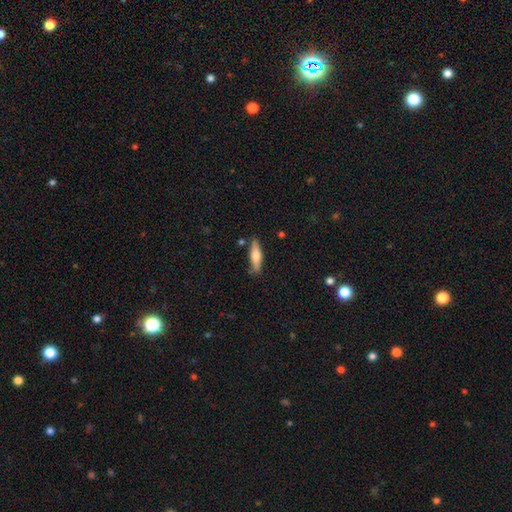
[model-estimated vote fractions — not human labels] This appears to be a smooth galaxy with no disk features (61%) that is cigar-shaped (68%). Merging: none (81%).